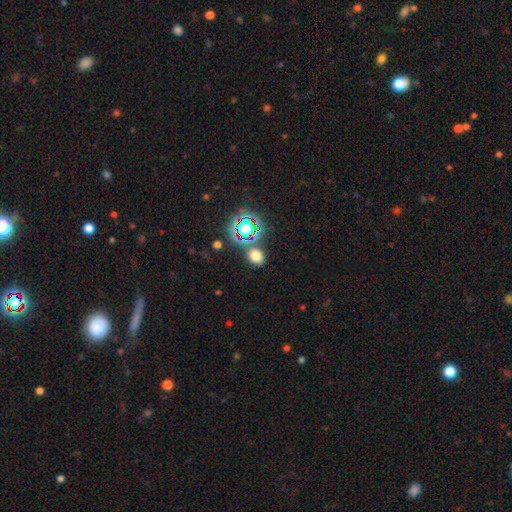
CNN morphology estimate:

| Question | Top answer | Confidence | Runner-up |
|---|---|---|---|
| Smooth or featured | smooth | 68% | star or artifact (26%) |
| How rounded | round | 58% | in between (40%) |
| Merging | none | 77% | minor disturbance (10%) |